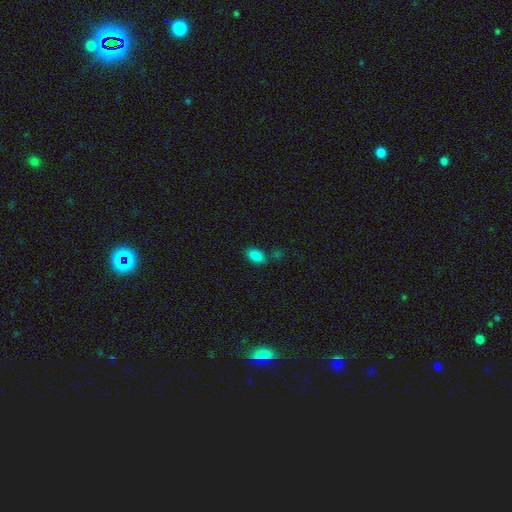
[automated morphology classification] A smooth galaxy with no disk features (85%) that is in between round and cigar-shaped (91%). Merging: none (68%).